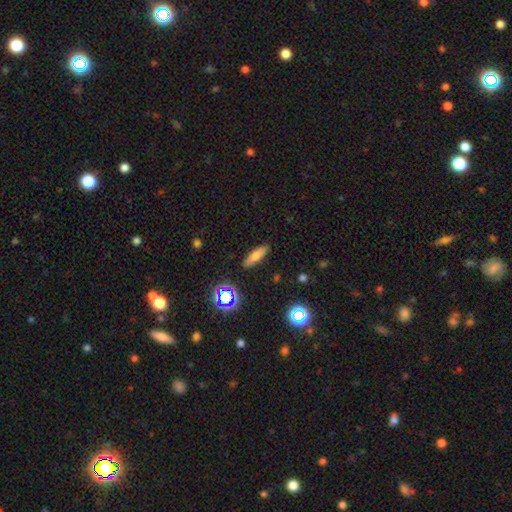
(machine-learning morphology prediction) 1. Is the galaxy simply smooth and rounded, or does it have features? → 70% smooth, 17% featured or disk, 13% star or artifact.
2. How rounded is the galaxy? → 61% cigar-shaped, 35% in between, 4% round.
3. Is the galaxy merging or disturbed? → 88% none, 8% minor disturbance, 2% major disturbance, 1% merger.